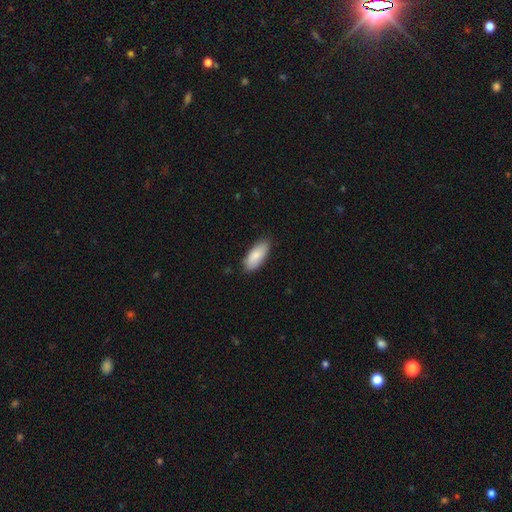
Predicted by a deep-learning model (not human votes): This appears to be a smooth galaxy with no disk features (86%) that is in between round and cigar-shaped (87%). Merging: none (85%).